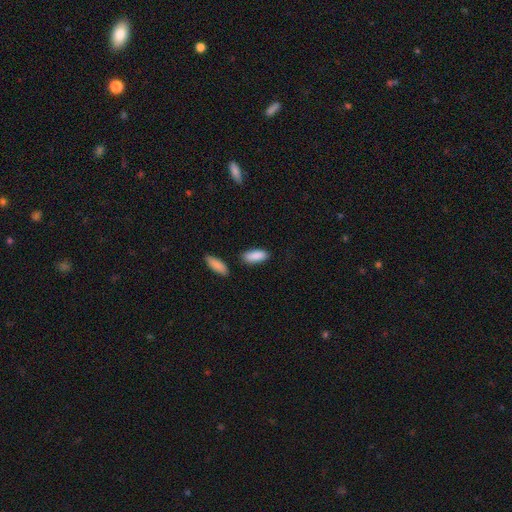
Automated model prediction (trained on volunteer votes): The model was most divided on "how rounded": in between: 81%, cigar-shaped: 17%, round: 2%. More confident: smooth or featured — smooth (89%); merging — none (79%).